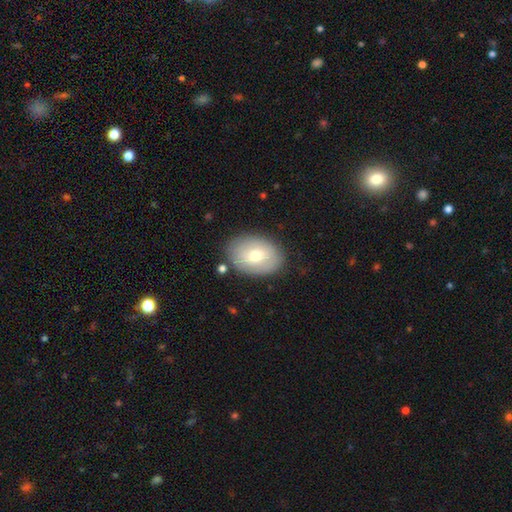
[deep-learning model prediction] smooth-or-featured: smooth: 63% | featured or disk: 30% | star or artifact: 8%
  how-rounded: in between: 77% | round: 22% | cigar-shaped: 1%
  merging: none: 82% | minor disturbance: 12% | major disturbance: 3% | merger: 2%